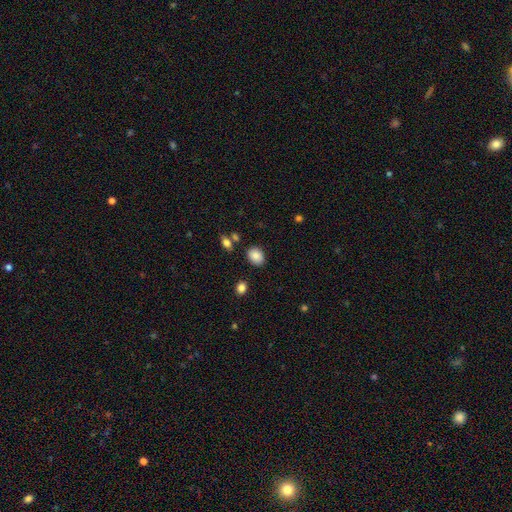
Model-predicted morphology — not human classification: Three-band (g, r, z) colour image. It shows a smooth galaxy with no disk features (87%) that is in between round and cigar-shaped (60%). Merging: none (83%).